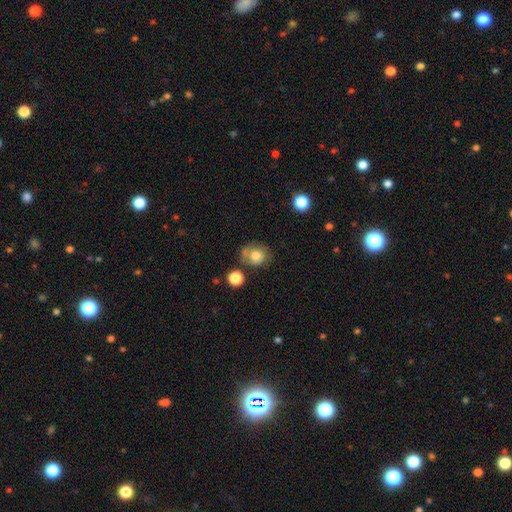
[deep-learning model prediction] smooth_or_featured: smooth (p=0.76) [alt: featured or disk p=0.14]
how_rounded: round (p=0.69) [alt: in between p=0.30]
merging: none (p=0.56) [alt: minor disturbance p=0.21]